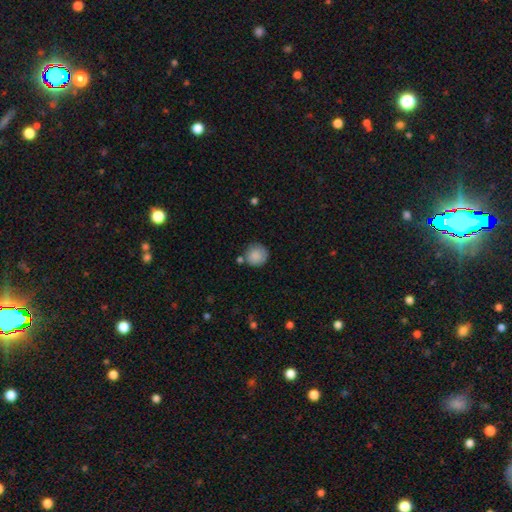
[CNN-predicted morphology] smooth_or_featured: smooth (p=0.87) [alt: star or artifact p=0.07]
how_rounded: round (p=0.93) [alt: in between p=0.06]
merging: none (p=0.75) [alt: minor disturbance p=0.14]